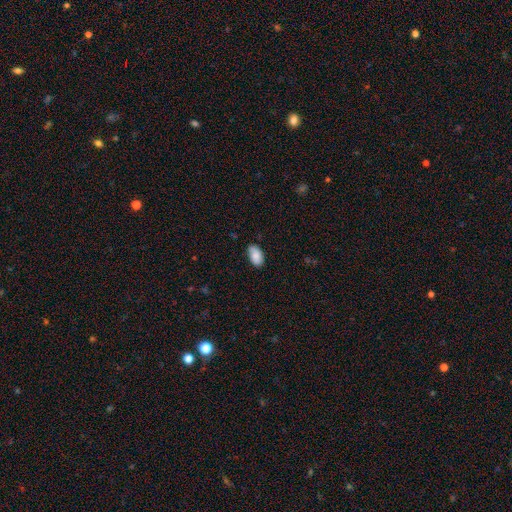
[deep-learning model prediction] Smooth or featured? smooth (85%)
How rounded? in between (94%)
Merging? none (79%)